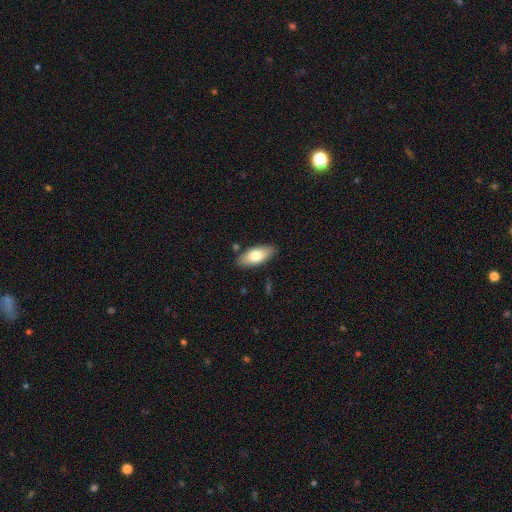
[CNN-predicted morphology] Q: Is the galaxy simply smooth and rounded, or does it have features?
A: smooth — 72%.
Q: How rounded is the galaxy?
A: in between — 85%.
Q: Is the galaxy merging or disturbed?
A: none — 84%.